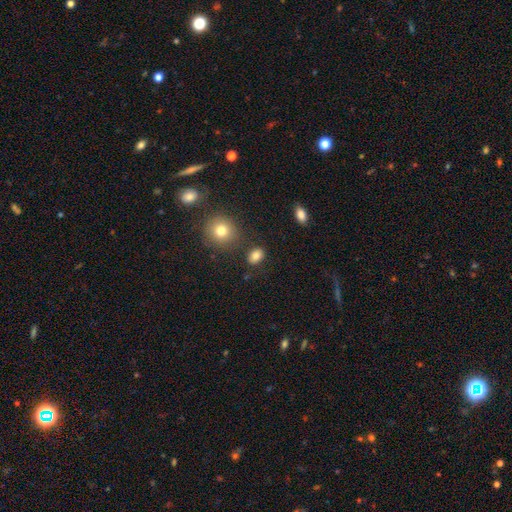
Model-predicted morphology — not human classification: smooth-or-featured: smooth: 83% | star or artifact: 11% | featured or disk: 7%
  how-rounded: in between: 70% | round: 28% | cigar-shaped: 1%
  merging: none: 81% | minor disturbance: 11% | merger: 4% | major disturbance: 3%